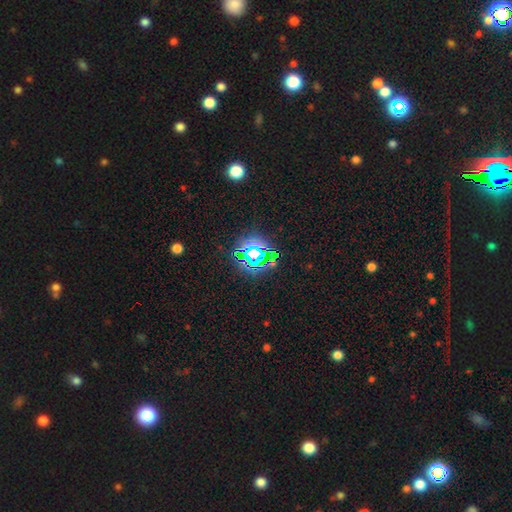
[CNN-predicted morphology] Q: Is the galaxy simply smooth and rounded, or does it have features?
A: star or artifact — 70%.